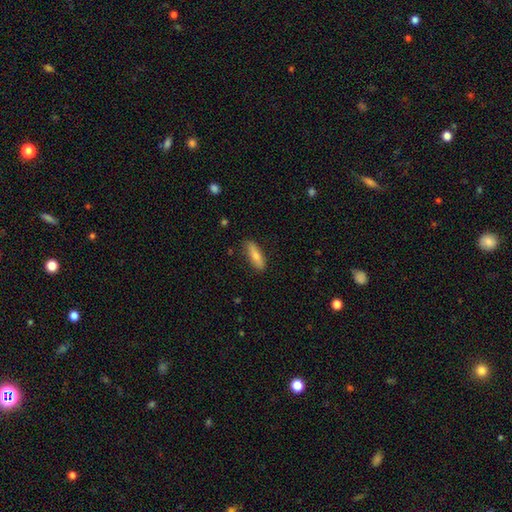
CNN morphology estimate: A smooth galaxy with no disk features (74%) that is cigar-shaped (51%). Merging: none (84%).